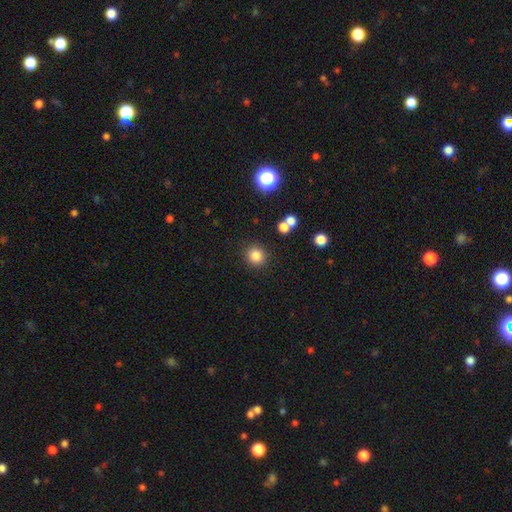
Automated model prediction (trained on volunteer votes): smooth 82%, star or artifact 13%, featured or disk 5%. Down the decision tree: how rounded — round (90%); merging — none (87%).